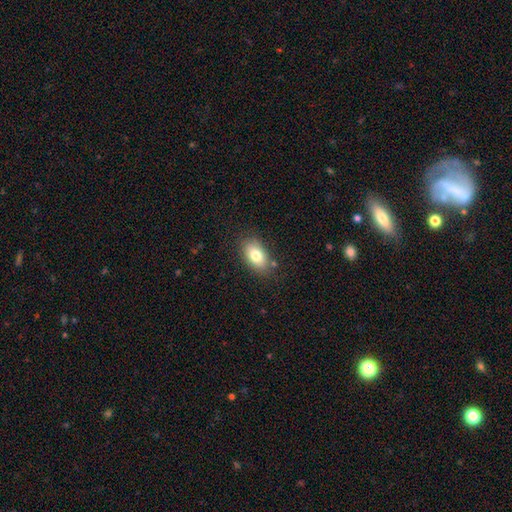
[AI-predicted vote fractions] Morphology: type=smooth (78%); roundness=in between (88%); merging=none (81%).